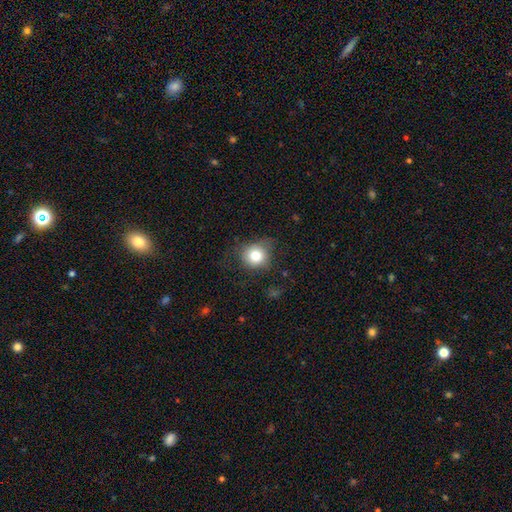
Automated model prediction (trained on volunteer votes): Smooth or featured: smooth — 78% (star or artifact — 11%)
How rounded: round — 83% (in between — 16%)
Merging: none — 67% (minor disturbance — 22%)